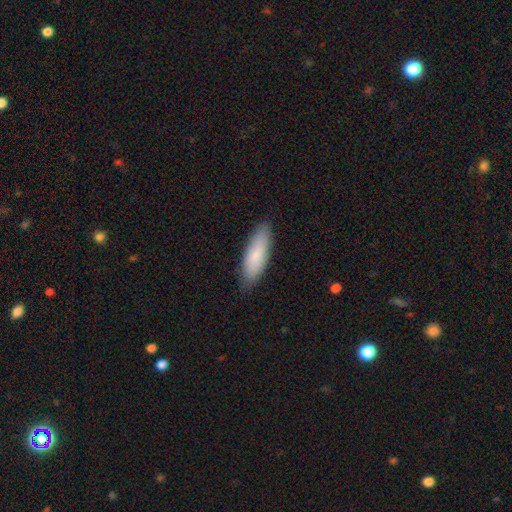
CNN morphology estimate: Smooth or featured? Predicted: smooth (p=0.82). How rounded? Predicted: in between (p=0.55). Merging? Predicted: none (p=0.85).